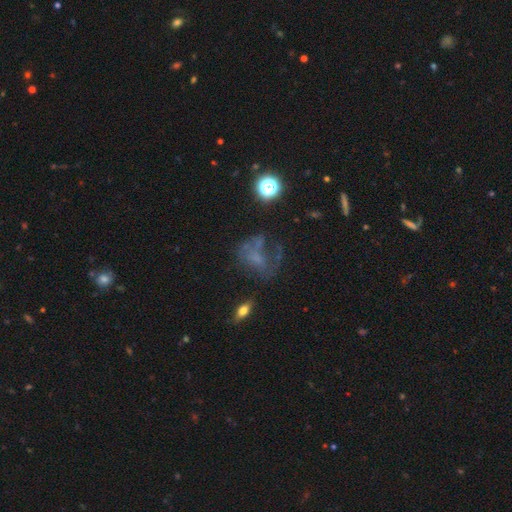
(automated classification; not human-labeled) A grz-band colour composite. It shows a featured or disk galaxy (44%). Merging: none (37%).